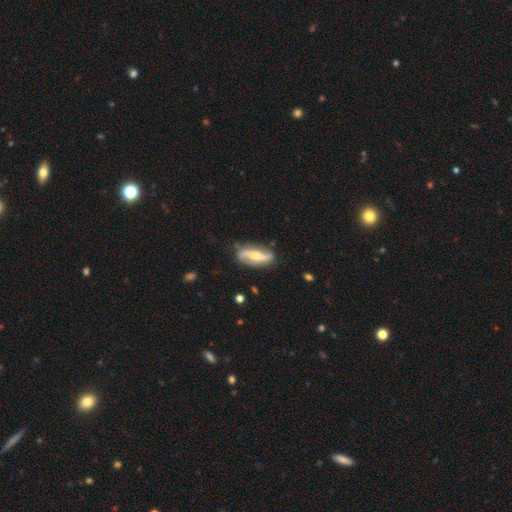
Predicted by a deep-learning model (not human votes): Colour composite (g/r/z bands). It shows a featured or disk galaxy (78%) with a strong bar (44%), 2 (91%) loose (73%) spiral arms (88%) and a moderate central bulge (63%). Merging: none (81%).